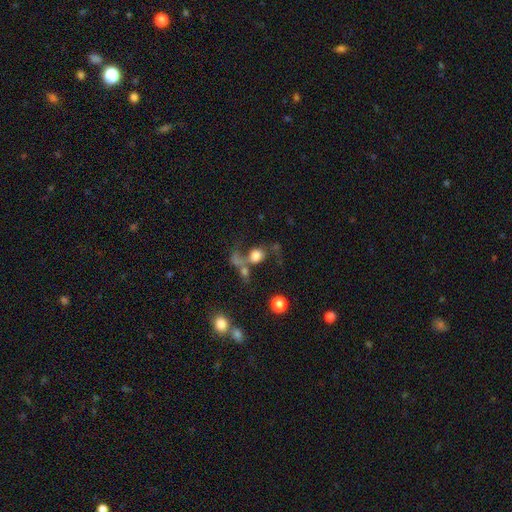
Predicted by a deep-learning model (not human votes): Smooth or featured? smooth (61%)
How rounded? round (64%)
Merging? merger (38%)